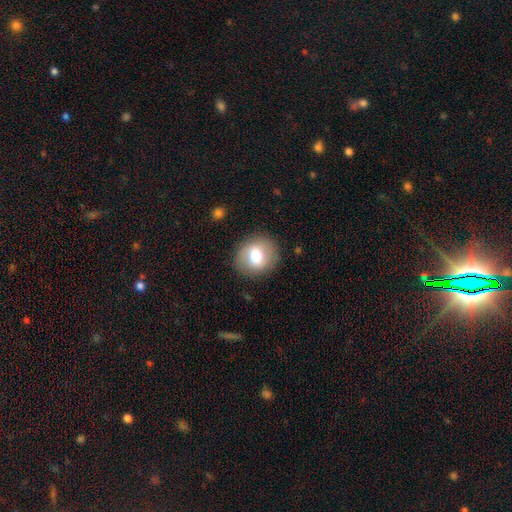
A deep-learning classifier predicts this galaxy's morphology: type=smooth (71%); roundness=round (75%); merging=none (87%).